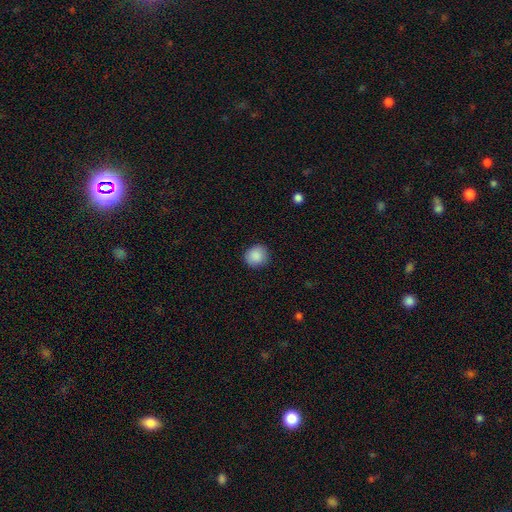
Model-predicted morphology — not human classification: A smooth galaxy with no disk features (89%) that is round (87%).

Vote fractions:
- Smooth or featured? smooth: 89% / star or artifact: 8% / featured or disk: 4%
- How rounded? round: 87% / in between: 12% / cigar-shaped: 1%
- Merging? none: 88% / minor disturbance: 9% / major disturbance: 2% / merger: 1%